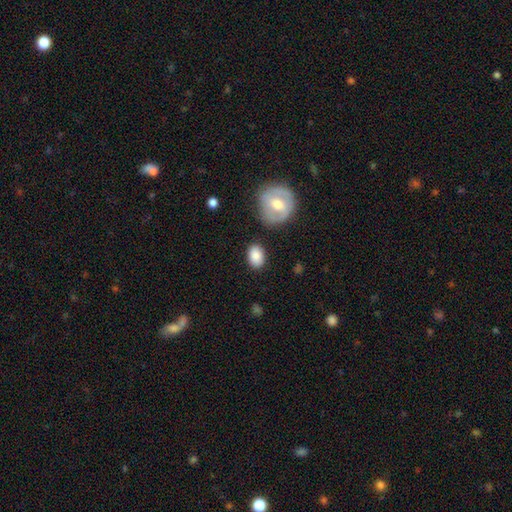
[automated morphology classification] smooth-or-featured: smooth: 85% | featured or disk: 8% | star or artifact: 7%
  how-rounded: in between: 82% | round: 17% | cigar-shaped: 1%
  merging: none: 81% | minor disturbance: 12% | merger: 4% | major disturbance: 3%